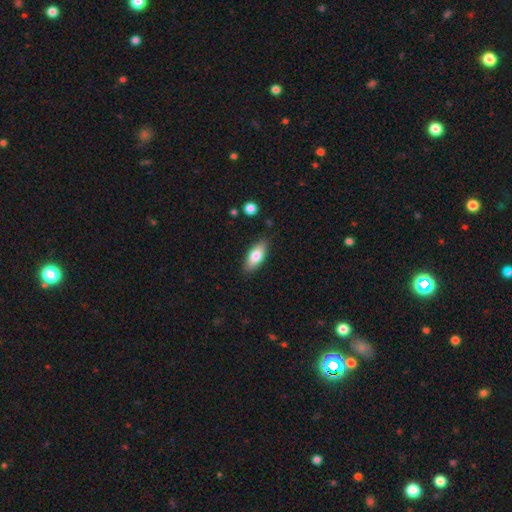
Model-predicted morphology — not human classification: Smooth or featured? Predicted: smooth (p=0.76). How rounded? Predicted: in between (p=0.79). Merging? Predicted: none (p=0.85).